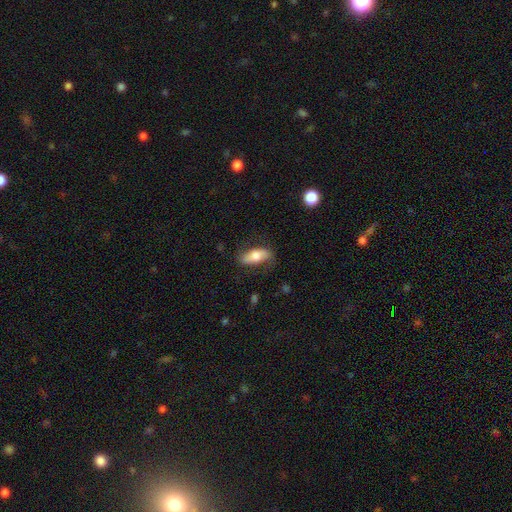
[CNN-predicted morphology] Smooth or featured? smooth (63%)
How rounded? in between (76%)
Merging? none (72%)